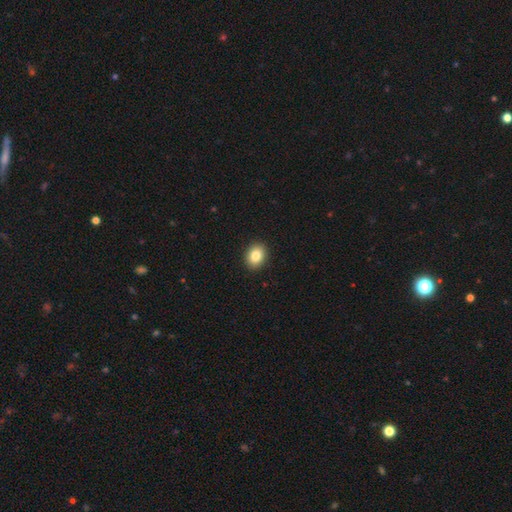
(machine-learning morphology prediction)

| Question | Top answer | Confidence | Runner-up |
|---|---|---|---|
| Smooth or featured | smooth | 85% | star or artifact (9%) |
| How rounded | in between | 56% | round (43%) |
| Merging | none | 91% | minor disturbance (6%) |